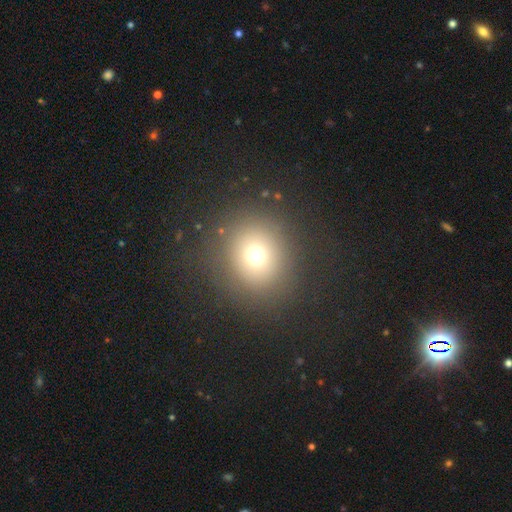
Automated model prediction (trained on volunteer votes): smooth_or_featured: smooth (p=0.70) [alt: star or artifact p=0.19]
how_rounded: round (p=0.87) [alt: in between p=0.12]
merging: none (p=0.85) [alt: minor disturbance p=0.07]